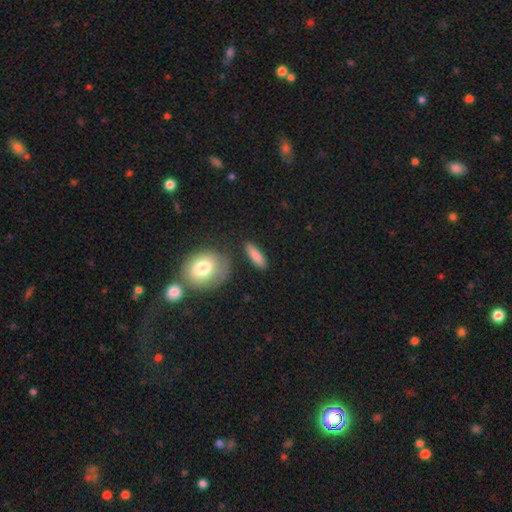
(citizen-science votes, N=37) This appears to be a smooth galaxy with no disk features (81%) that is cigar-shaped (73%). Merging: none (83%).